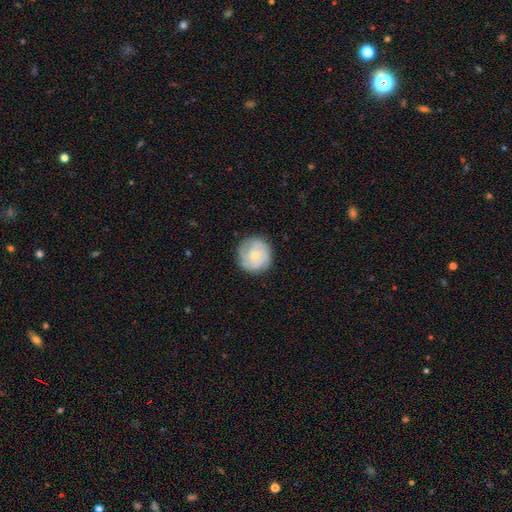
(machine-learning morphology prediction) Smooth or featured? Predicted: featured or disk (p=0.56). Edge-on disk? Predicted: no (p=0.98). Bar? Predicted: no (p=0.81). Spiral arms? Predicted: yes (p=0.84). Bulge size? Predicted: small (p=0.71). Merging? Predicted: none (p=0.80).